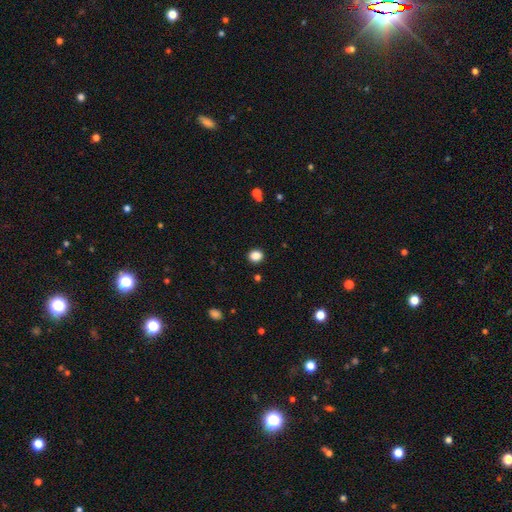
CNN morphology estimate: This appears to be a smooth galaxy with no disk features (86%) that is round (76%). Merging: none (92%).